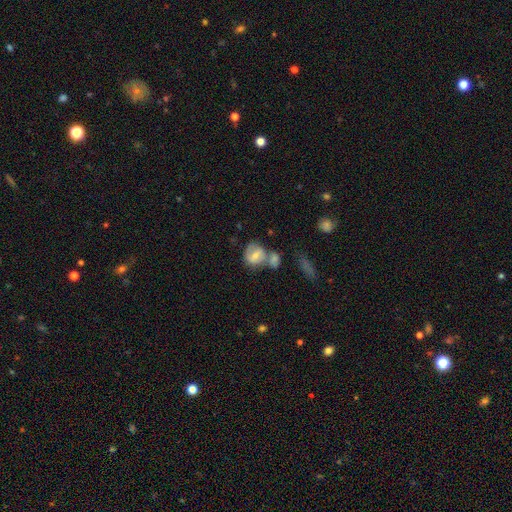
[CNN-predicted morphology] Q: Smooth or featured?
A: smooth (54%); runner-up: featured or disk (38%)
Q: How rounded?
A: round (61%); runner-up: in between (38%)
Q: Merging?
A: merger (42%); runner-up: none (35%)